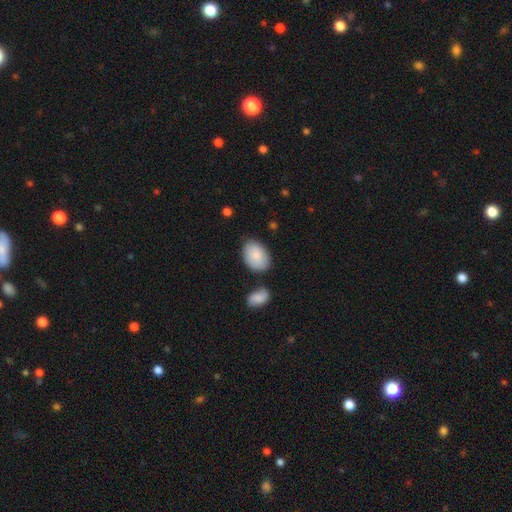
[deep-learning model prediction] This is clearly a smooth galaxy (86%). How rounded: clearly in between (89%). Merging: likely none (73%).